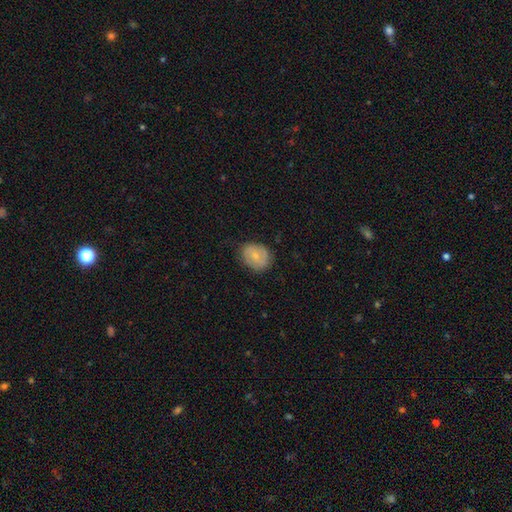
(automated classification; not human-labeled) Smooth or featured?
  - smooth: 57% *
  - featured or disk: 37%
  - star or artifact: 7%
How rounded?
  - round: 52% *
  - in between: 47%
  - cigar-shaped: 1%
Merging?
  - none: 76% *
  - minor disturbance: 18%
  - major disturbance: 5%
  - merger: 1%